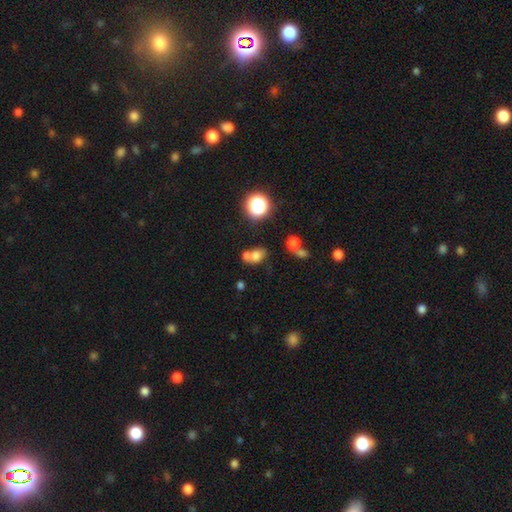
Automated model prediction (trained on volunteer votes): smooth 70%, star or artifact 17%, featured or disk 13%. Down the decision tree: how rounded — in between (56%); merging — merger (47%).